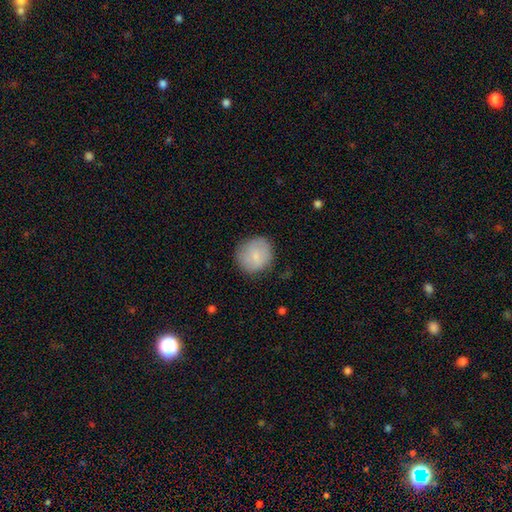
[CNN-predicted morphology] This is clearly a smooth galaxy (80%). How rounded: clearly round (90%). Merging: likely none (80%).